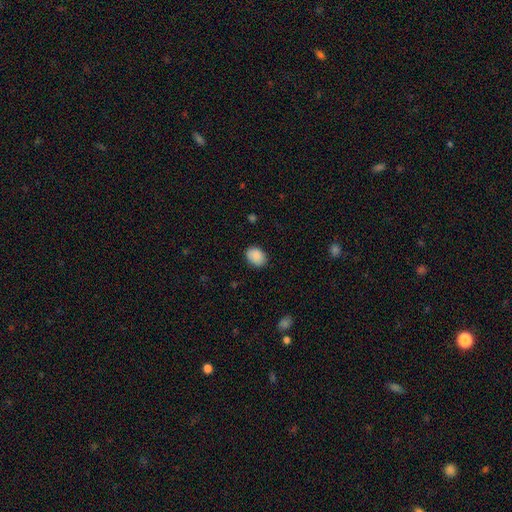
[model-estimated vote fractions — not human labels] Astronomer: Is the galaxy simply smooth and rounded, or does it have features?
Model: smooth — 89%.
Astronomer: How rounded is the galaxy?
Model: in between — 66%.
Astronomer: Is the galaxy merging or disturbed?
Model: none — 85%.